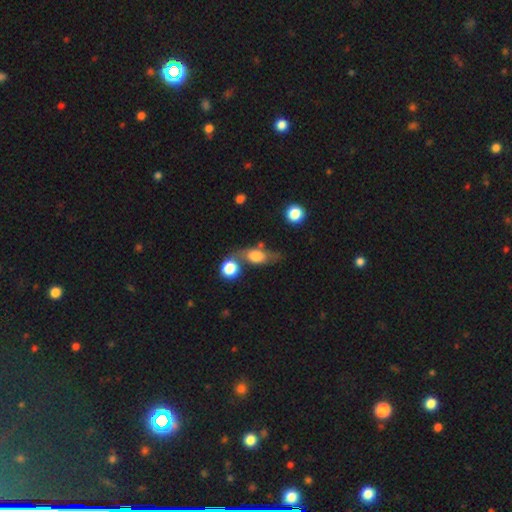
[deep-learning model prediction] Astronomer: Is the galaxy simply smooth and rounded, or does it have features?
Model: smooth — 61%.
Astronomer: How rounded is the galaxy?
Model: in between — 65%.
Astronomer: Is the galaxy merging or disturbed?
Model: none — 45% (runner-up: merger, 27%).